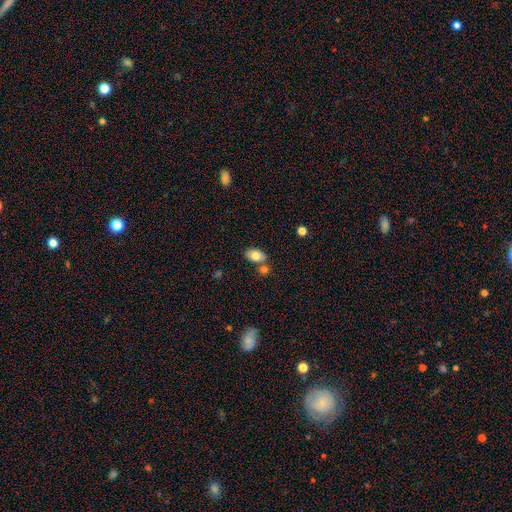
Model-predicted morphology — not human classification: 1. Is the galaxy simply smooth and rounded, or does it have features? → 78% smooth, 15% featured or disk, 8% star or artifact.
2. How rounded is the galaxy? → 88% in between, 10% round, 1% cigar-shaped.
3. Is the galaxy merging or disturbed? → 65% none, 19% merger, 13% minor disturbance, 3% major disturbance.